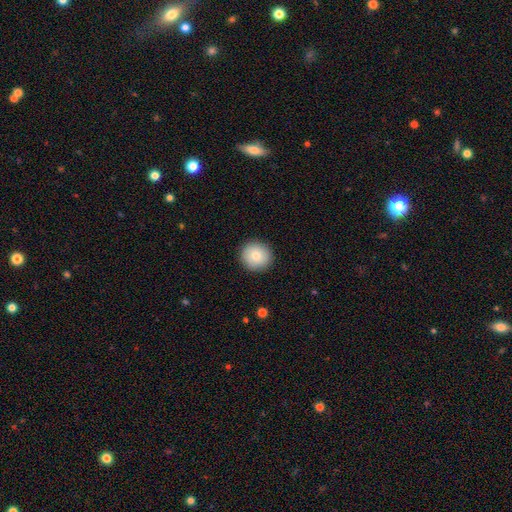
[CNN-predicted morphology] This is likely a smooth galaxy (80%). How rounded: clearly round (94%). Merging: clearly none (91%).